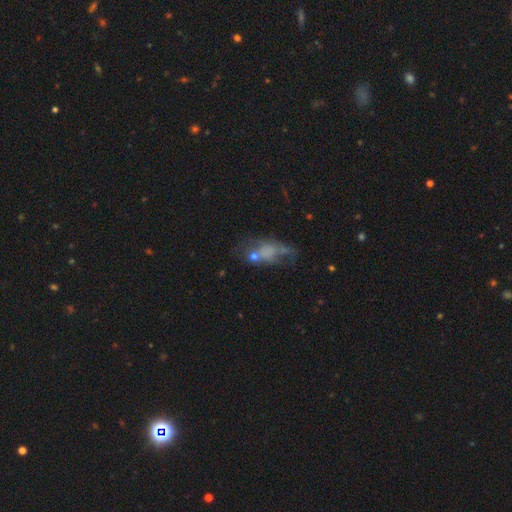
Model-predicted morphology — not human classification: smooth_or_featured: smooth (p=0.44) [alt: featured or disk p=0.39]
merging: none (p=0.33) [alt: major disturbance p=0.29]